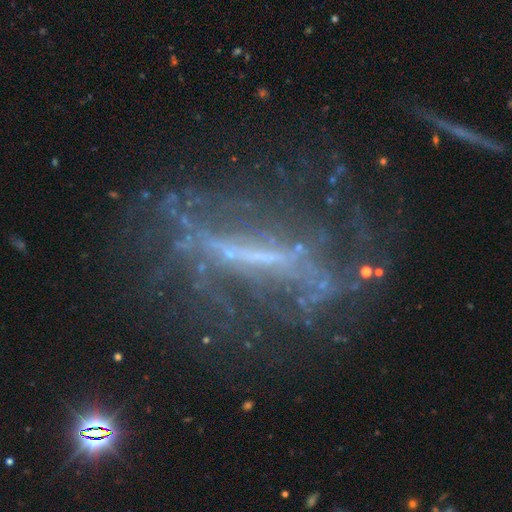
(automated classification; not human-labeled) This appears to be a featured or disk galaxy (73%). Merging: none (50%).